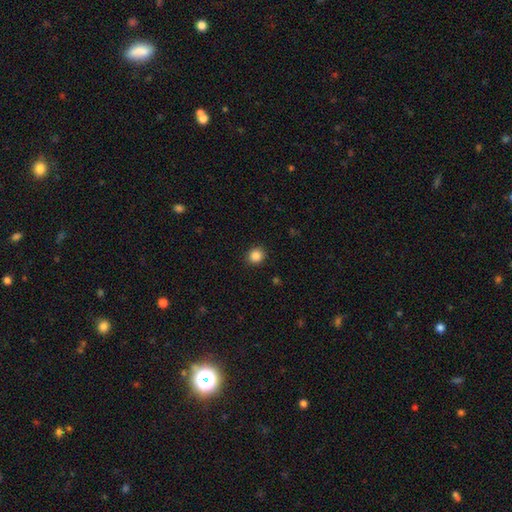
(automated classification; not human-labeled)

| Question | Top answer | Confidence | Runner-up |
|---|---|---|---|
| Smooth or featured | smooth | 86% | star or artifact (10%) |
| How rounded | round | 89% | in between (10%) |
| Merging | none | 92% | minor disturbance (6%) |